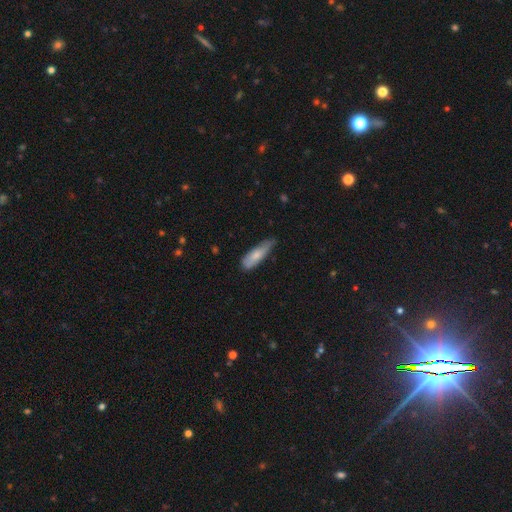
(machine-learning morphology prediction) A smooth galaxy with no disk features (74%) that is cigar-shaped (55%).

Vote fractions:
- Smooth or featured? smooth: 74% / featured or disk: 20% / star or artifact: 6%
- How rounded? cigar-shaped: 55% / in between: 43% / round: 2%
- Merging? none: 55% / minor disturbance: 37% / major disturbance: 6% / merger: 2%